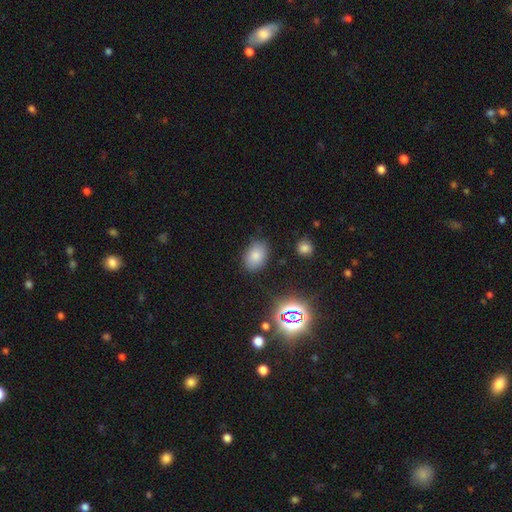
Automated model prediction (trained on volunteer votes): Morphology: type=smooth (79%); roundness=in between (82%); merging=none (83%).